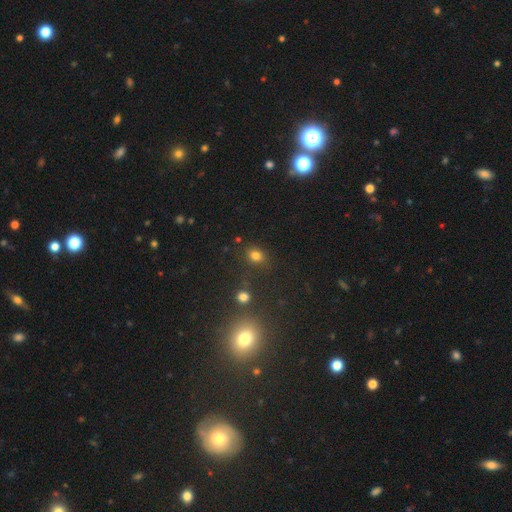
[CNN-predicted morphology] The model was most divided on "how rounded": in between: 52%, round: 47%, cigar-shaped: 1%. More confident: smooth or featured — smooth (76%); merging — none (76%).